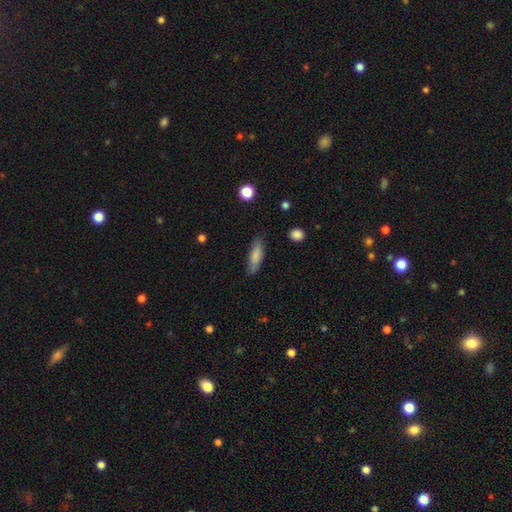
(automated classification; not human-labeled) smooth 81%, featured or disk 13%, star or artifact 6%. Down the decision tree: how rounded — cigar-shaped (52%); merging — none (80%).